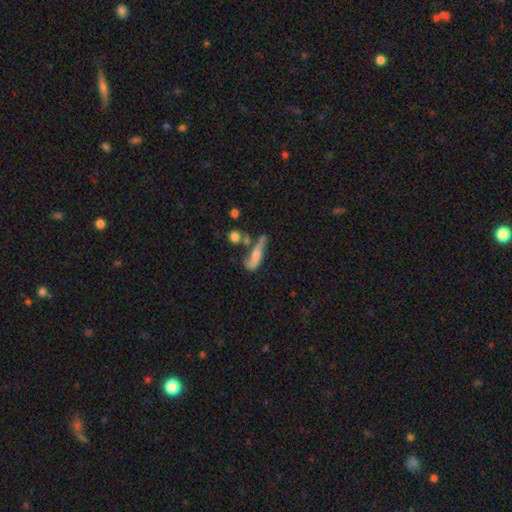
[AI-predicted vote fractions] Q: Smooth or featured?
A: smooth (53%); runner-up: featured or disk (38%)
Q: How rounded?
A: cigar-shaped (54%); runner-up: in between (42%)
Q: Merging?
A: none (33%); runner-up: minor disturbance (23%)